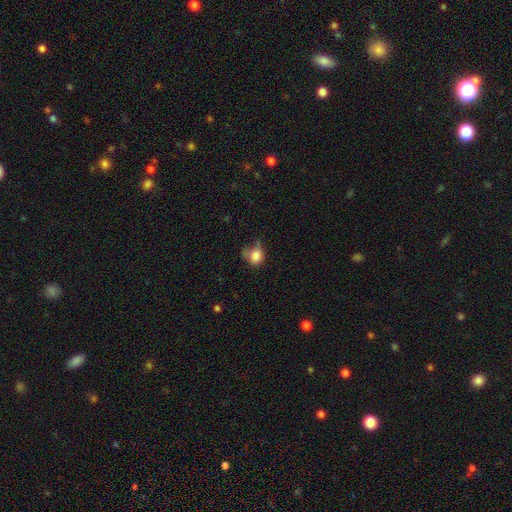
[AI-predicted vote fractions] Morphology: type=smooth (79%); roundness=round (57%); merging=none (37%, tied with minor disturbance).